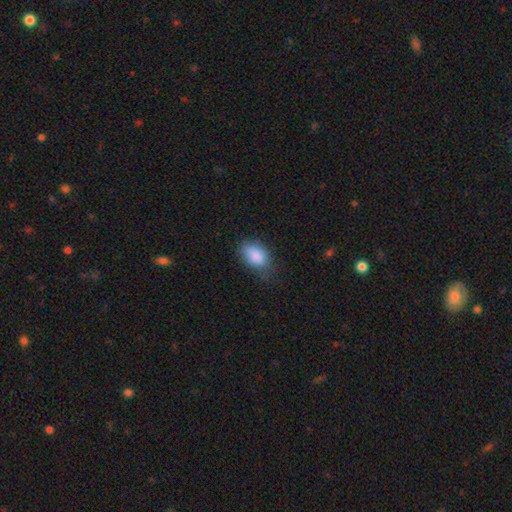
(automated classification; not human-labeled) A smooth galaxy with no disk features (87%) that is in between round and cigar-shaped (87%). Merging: none (63%).